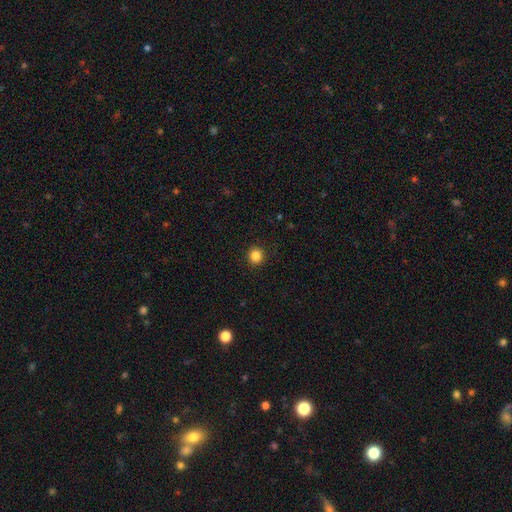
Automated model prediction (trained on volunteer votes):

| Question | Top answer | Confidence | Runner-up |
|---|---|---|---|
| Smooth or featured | smooth | 85% | star or artifact (12%) |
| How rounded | round | 93% | in between (6%) |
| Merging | none | 92% | minor disturbance (5%) |